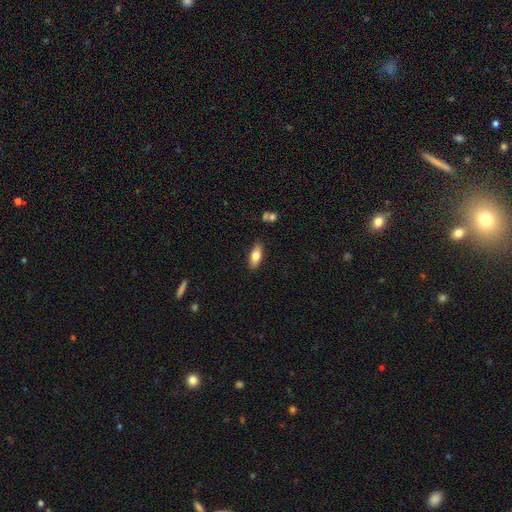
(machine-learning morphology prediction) Overall: smooth (76%). How rounded: in between (80%). Merging: none (86%).